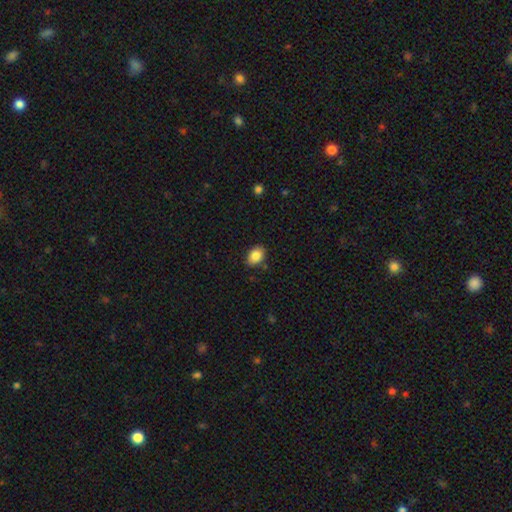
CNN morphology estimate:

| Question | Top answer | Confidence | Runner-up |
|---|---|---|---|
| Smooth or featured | smooth | 87% | star or artifact (8%) |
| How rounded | in between | 76% | round (23%) |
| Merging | none | 84% | minor disturbance (11%) |